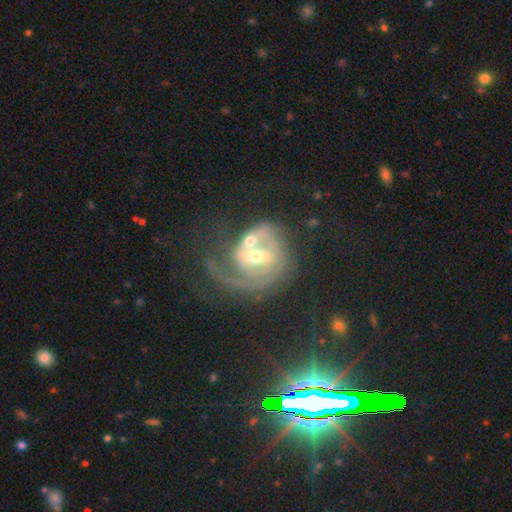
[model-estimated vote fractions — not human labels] Morphology: type=featured or disk (80%); edge-on=no (97%); bar=weak (42%); spiral arms=yes (86%); winding=medium (41%); arm count=2 (40%); bulge=moderate (58%); merging=merger (36%).